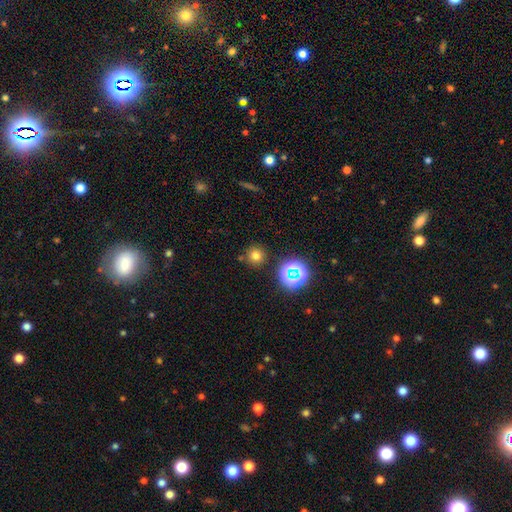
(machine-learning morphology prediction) Overall: smooth (73%). How rounded: round (94%). Merging: none (85%).